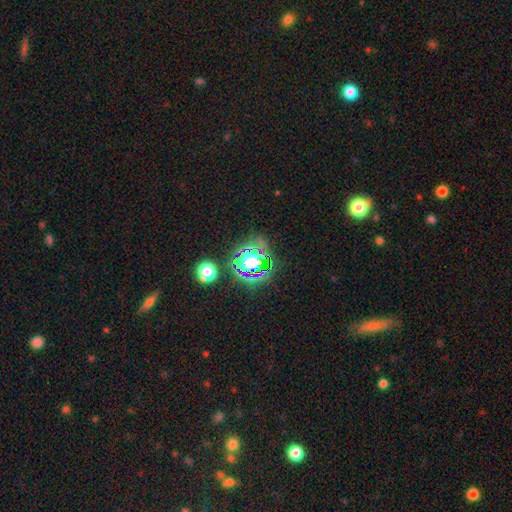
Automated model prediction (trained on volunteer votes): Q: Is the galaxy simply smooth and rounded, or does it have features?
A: star or artifact — 74%.